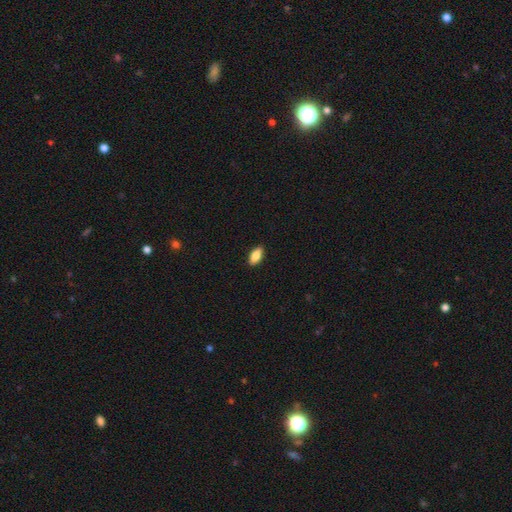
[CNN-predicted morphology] A smooth galaxy with no disk features (84%) that is in between round and cigar-shaped (89%). Merging: none (89%).